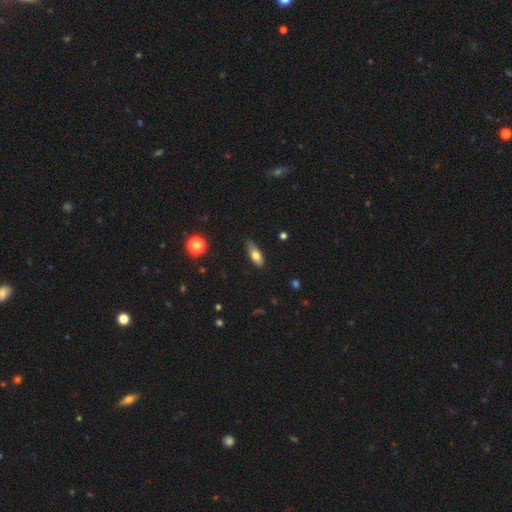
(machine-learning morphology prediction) Q: Smooth or featured?
A: smooth (69%); runner-up: featured or disk (24%)
Q: How rounded?
A: in between (69%); runner-up: cigar-shaped (28%)
Q: Merging?
A: none (69%); runner-up: minor disturbance (25%)